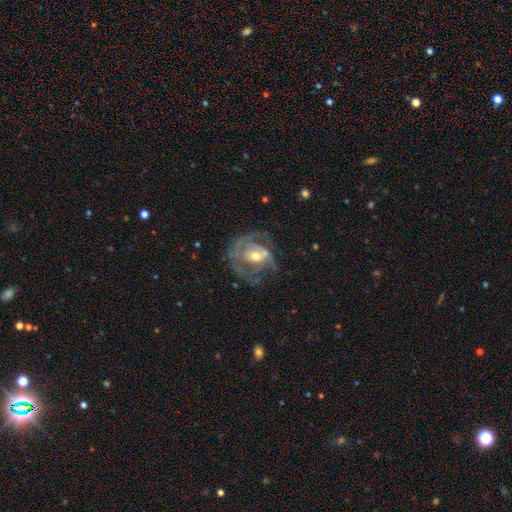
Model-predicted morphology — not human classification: A featured or disk galaxy (81%) with no bar (56%), tight (49%) spiral arms (80%) and a moderate central bulge (69%). Merging: none (48%).